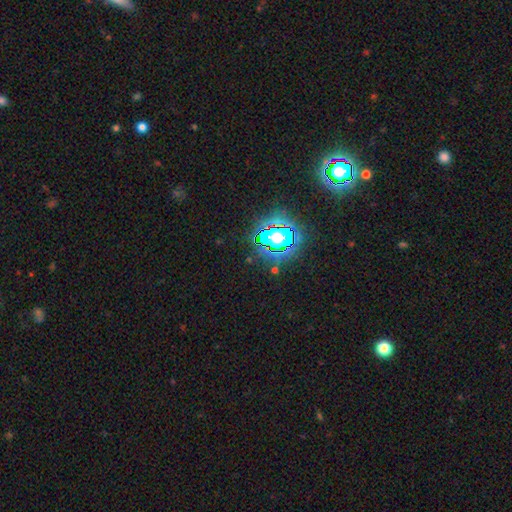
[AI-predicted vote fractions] Smooth or featured: star or artifact — 80% (smooth — 12%)